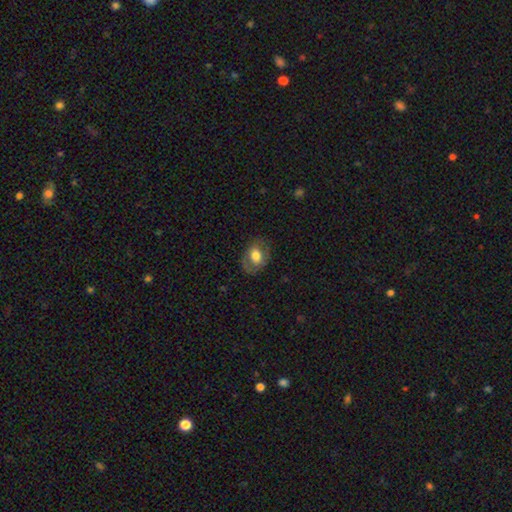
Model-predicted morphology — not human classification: Q: Smooth or featured?
A: smooth (61%); runner-up: featured or disk (31%)
Q: How rounded?
A: in between (67%); runner-up: round (32%)
Q: Merging?
A: none (73%); runner-up: minor disturbance (18%)